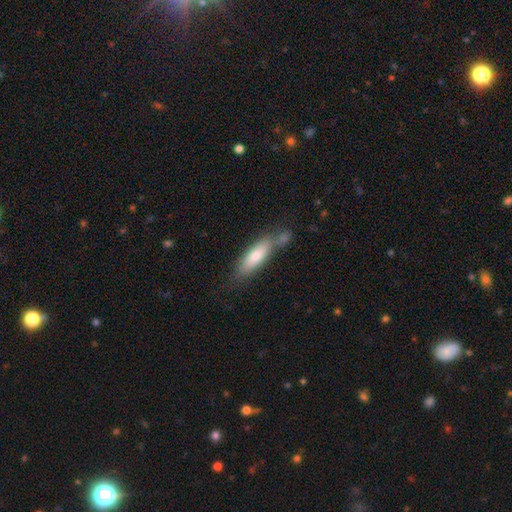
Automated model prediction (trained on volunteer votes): smooth 71%, featured or disk 23%, star or artifact 6%. Down the decision tree: how rounded — cigar-shaped (57%); merging — none (56%).